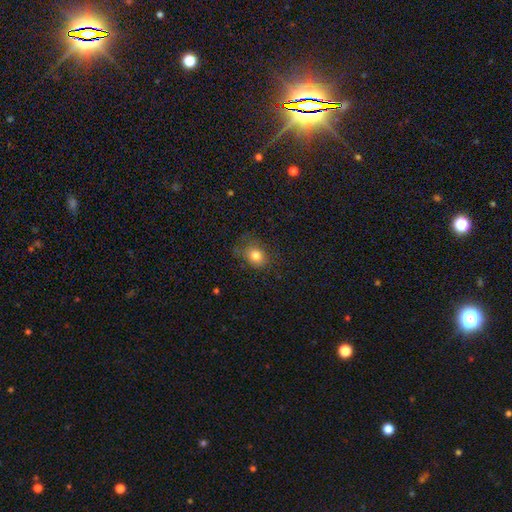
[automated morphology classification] Smooth or featured?
  - smooth: 80% *
  - star or artifact: 12%
  - featured or disk: 8%
How rounded?
  - round: 55% *
  - in between: 44%
  - cigar-shaped: 1%
Merging?
  - none: 65% *
  - minor disturbance: 23%
  - major disturbance: 10%
  - merger: 2%